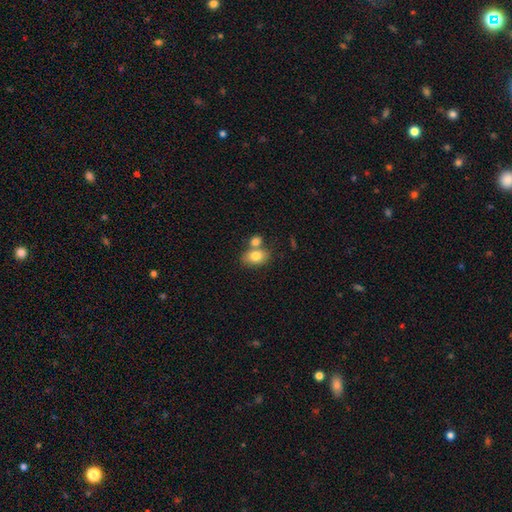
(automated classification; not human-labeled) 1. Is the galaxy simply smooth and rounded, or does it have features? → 80% smooth, 12% featured or disk, 8% star or artifact.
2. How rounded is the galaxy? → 79% in between, 19% round, 1% cigar-shaped.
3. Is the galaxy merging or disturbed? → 50% none, 35% merger, 12% minor disturbance, 4% major disturbance.